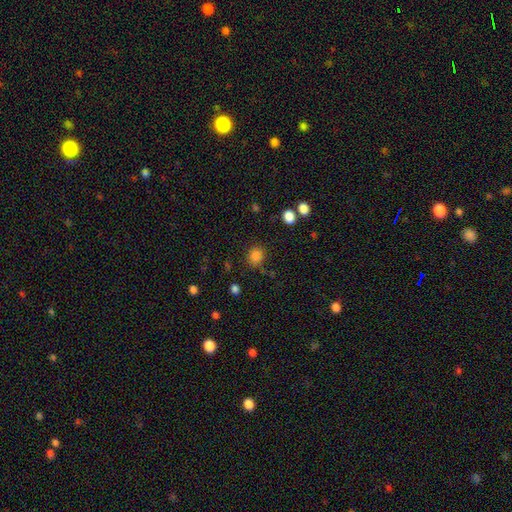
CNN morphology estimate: This appears to be a smooth galaxy with no disk features (83%) that is round (73%). Merging: none (76%).